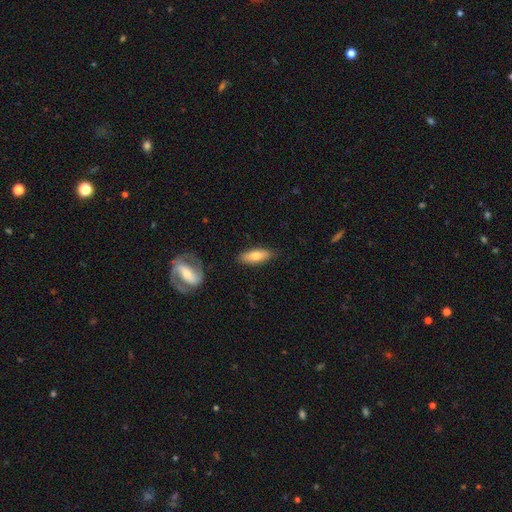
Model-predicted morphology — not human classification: A smooth galaxy with no disk features (71%) that is in between round and cigar-shaped (63%). Merging: none (84%).